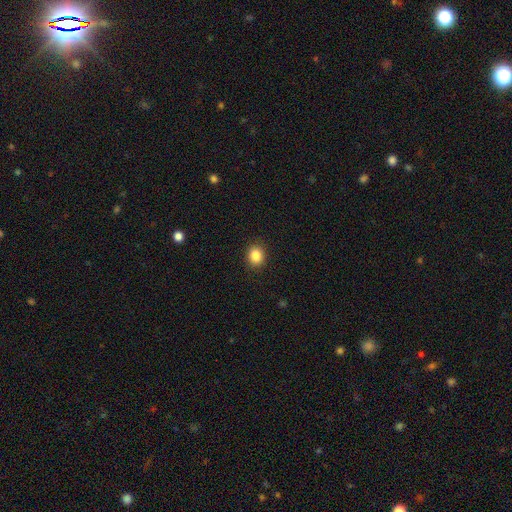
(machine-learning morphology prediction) smooth_or_featured: smooth (p=0.86) [alt: star or artifact p=0.10]
how_rounded: round (p=0.58) [alt: in between p=0.41]
merging: none (p=0.90) [alt: minor disturbance p=0.07]